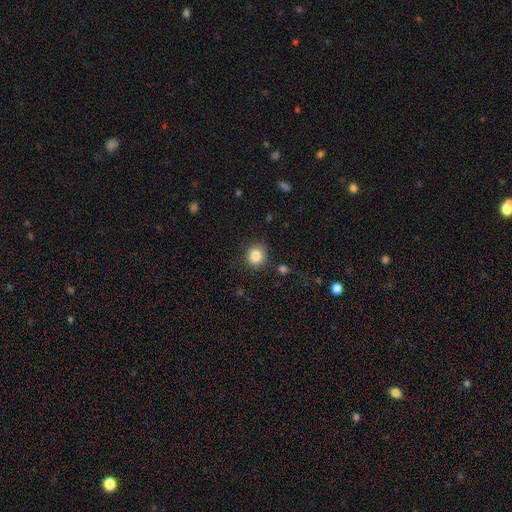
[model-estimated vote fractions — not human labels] This is clearly a smooth galaxy (85%). How rounded: clearly round (83%). Merging: clearly none (87%).